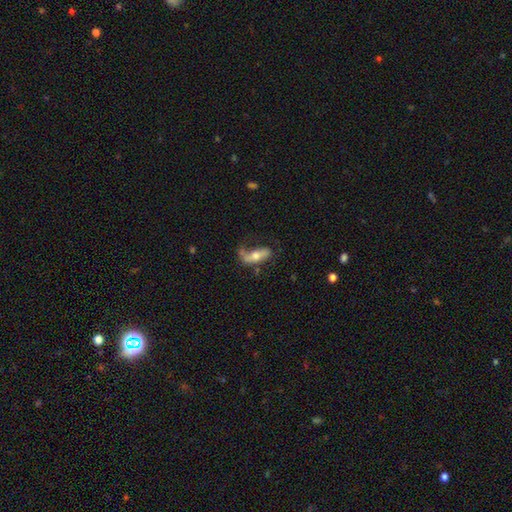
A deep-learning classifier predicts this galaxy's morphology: featured or disk 53%, smooth 38%, star or artifact 9%. Down the decision tree: edge-on disk — no (73%); merging — none (38%).